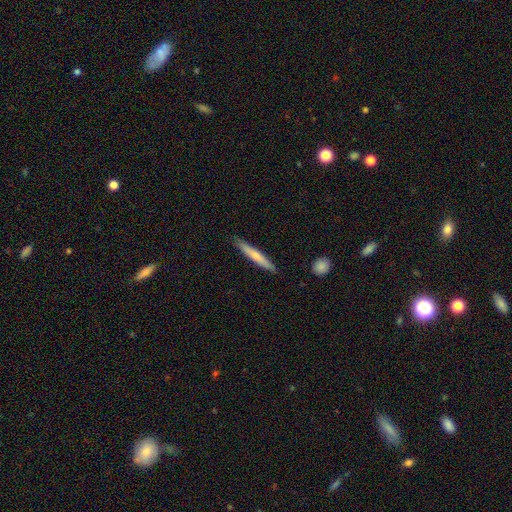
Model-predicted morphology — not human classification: Q: Smooth or featured?
A: smooth (63%); runner-up: featured or disk (32%)
Q: How rounded?
A: cigar-shaped (95%); runner-up: in between (4%)
Q: Merging?
A: none (88%); runner-up: minor disturbance (9%)